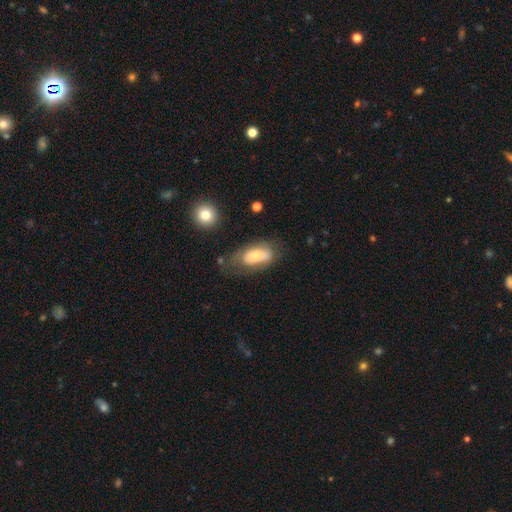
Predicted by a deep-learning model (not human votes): Smooth or featured? Predicted: smooth (p=0.60). How rounded? Predicted: in between (p=0.90). Merging? Predicted: none (p=0.51).